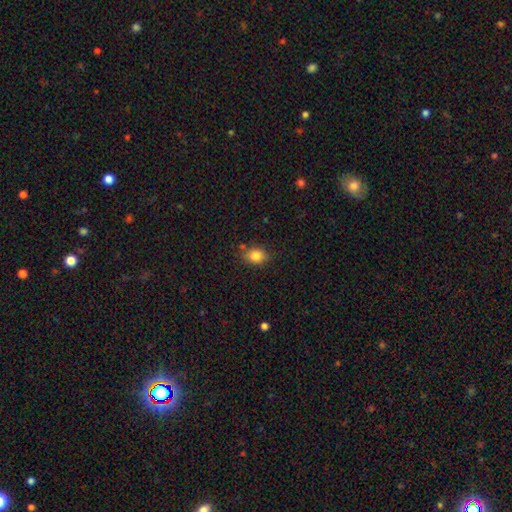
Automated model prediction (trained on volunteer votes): The model was most divided on "how rounded": in between: 63%, round: 36%, cigar-shaped: 1%. More confident: smooth or featured — smooth (83%); merging — none (79%).